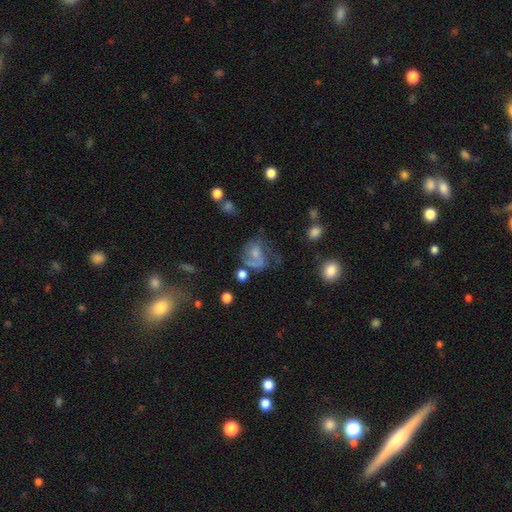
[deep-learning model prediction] featured or disk 49%, smooth 38%, star or artifact 14%. Down the decision tree: merging — major disturbance (38%).